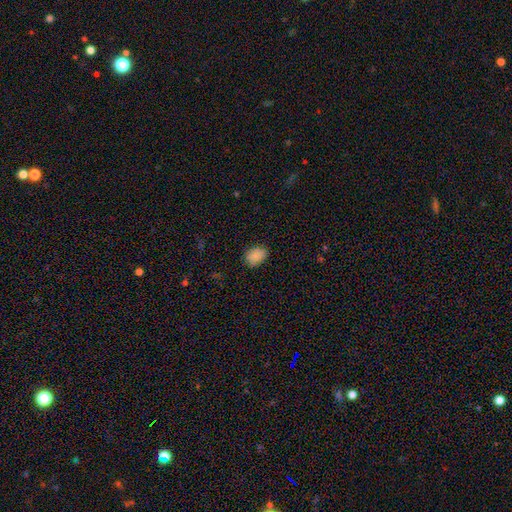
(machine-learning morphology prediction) smooth-or-featured: smooth: 87% | star or artifact: 8% | featured or disk: 4%
  how-rounded: in between: 77% | round: 22% | cigar-shaped: 1%
  merging: none: 82% | minor disturbance: 14% | major disturbance: 3% | merger: 1%